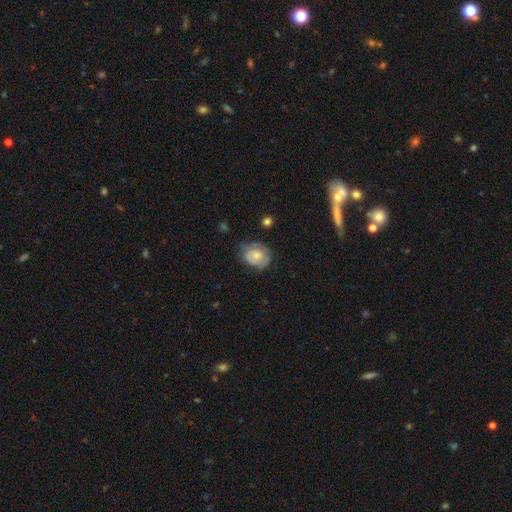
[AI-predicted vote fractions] Smooth or featured?
  - smooth: 59% *
  - featured or disk: 33%
  - star or artifact: 8%
How rounded?
  - in between: 51% *
  - round: 48%
  - cigar-shaped: 1%
Merging?
  - none: 53% *
  - minor disturbance: 32%
  - major disturbance: 12%
  - merger: 2%